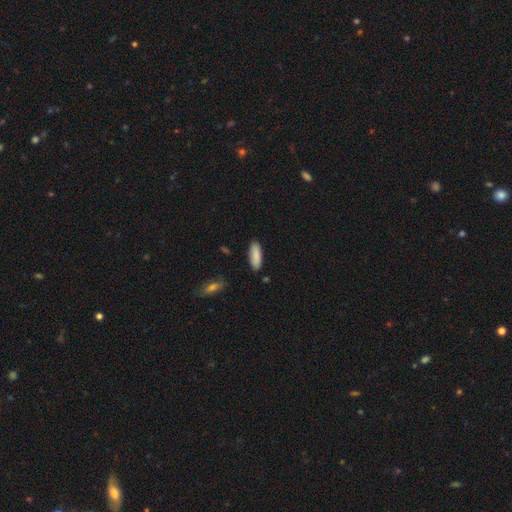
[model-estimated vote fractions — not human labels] smooth_or_featured: smooth (p=0.88) [alt: featured or disk p=0.06]
how_rounded: in between (p=0.62) [alt: cigar-shaped p=0.37]
merging: none (p=0.87) [alt: minor disturbance p=0.09]